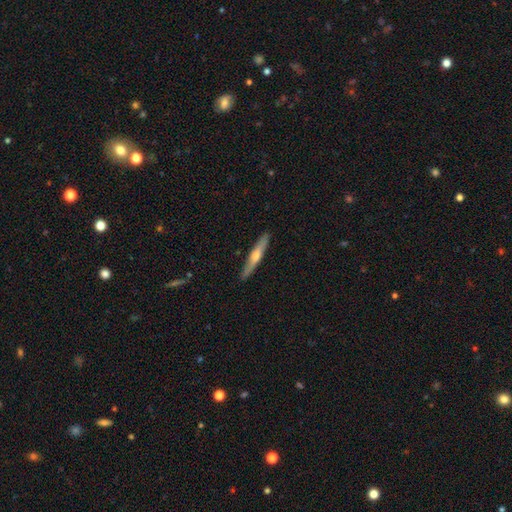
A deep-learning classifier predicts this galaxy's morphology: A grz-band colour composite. It shows a featured or disk galaxy (59%) viewed edge-on (95%) with a rounded central bulge (83%). Merging: none (89%).